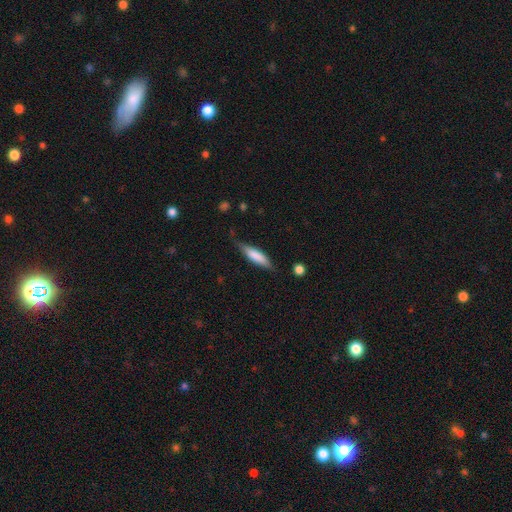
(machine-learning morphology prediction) type=smooth (73%); roundness=cigar-shaped (66%); merging=none (70%).